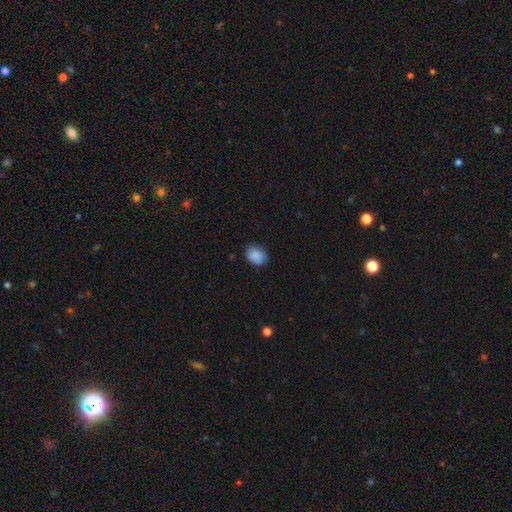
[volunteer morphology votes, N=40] Smooth or featured?
  - smooth: 80% *
  - featured or disk: 20%
  - star or artifact: 0%
How rounded?
  - in between: 66% *
  - round: 34%
  - cigar-shaped: 0%
Merging?
  - none: 57% *
  - minor disturbance: 28%
  - merger: 10%
  - major disturbance: 5%